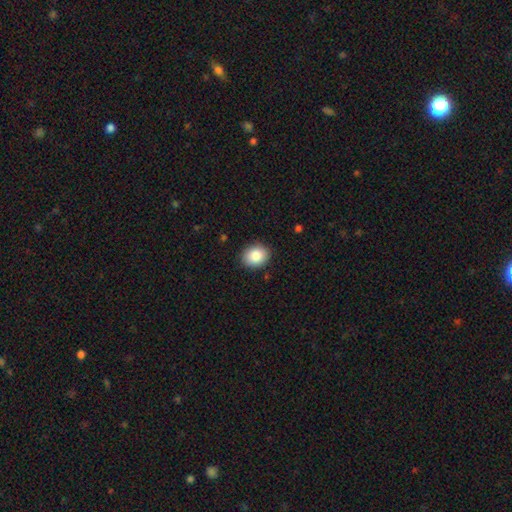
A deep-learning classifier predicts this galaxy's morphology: This appears to be a smooth galaxy with no disk features (86%) that is round (53%). Merging: none (89%).